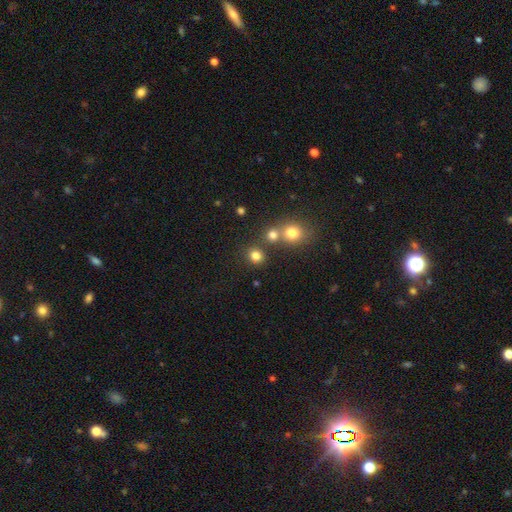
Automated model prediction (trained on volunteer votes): Overall: smooth (79%). How rounded: round (86%). Merging: none (73%).